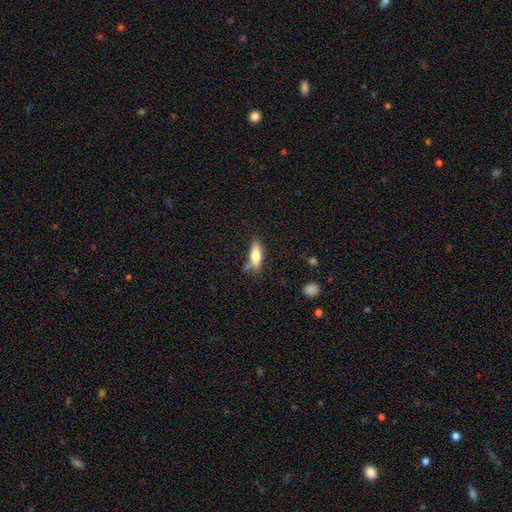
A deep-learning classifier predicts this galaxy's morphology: A smooth galaxy with no disk features (70%) that is in between round and cigar-shaped (57%).

Vote fractions:
- Smooth or featured? smooth: 70% / featured or disk: 23% / star or artifact: 6%
- How rounded? in between: 57% / cigar-shaped: 40% / round: 2%
- Merging? none: 68% / minor disturbance: 20% / merger: 6% / major disturbance: 6%